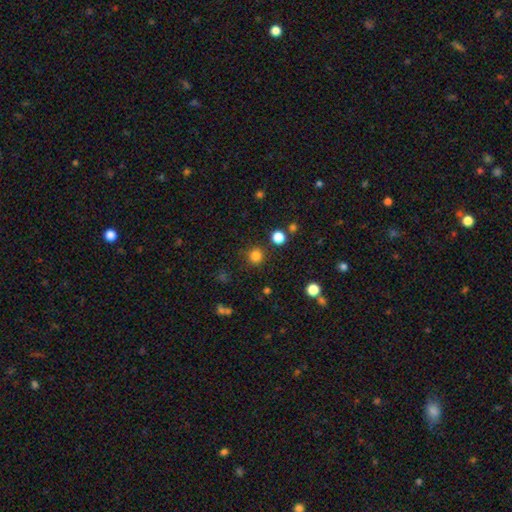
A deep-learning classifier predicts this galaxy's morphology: Smooth or featured?
  - smooth: 82% *
  - star or artifact: 14%
  - featured or disk: 4%
How rounded?
  - round: 94% *
  - in between: 5%
  - cigar-shaped: 1%
Merging?
  - none: 87% *
  - minor disturbance: 7%
  - merger: 3%
  - major disturbance: 3%